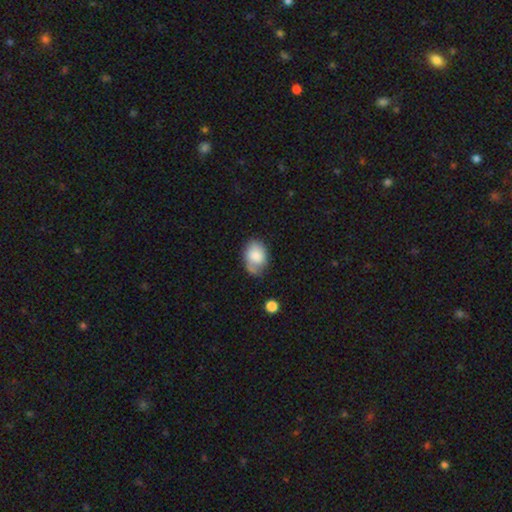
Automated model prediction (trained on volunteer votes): Smooth or featured? Predicted: smooth (p=0.77). How rounded? Predicted: in between (p=0.75). Merging? Predicted: none (p=0.48).